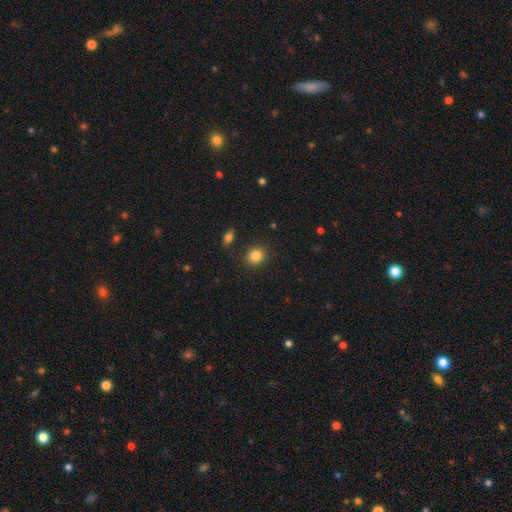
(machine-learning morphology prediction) A smooth galaxy with no disk features (84%) that is round (74%).

Vote fractions:
- Smooth or featured? smooth: 84% / star or artifact: 10% / featured or disk: 6%
- How rounded? round: 74% / in between: 25% / cigar-shaped: 1%
- Merging? none: 87% / minor disturbance: 8% / major disturbance: 3% / merger: 2%